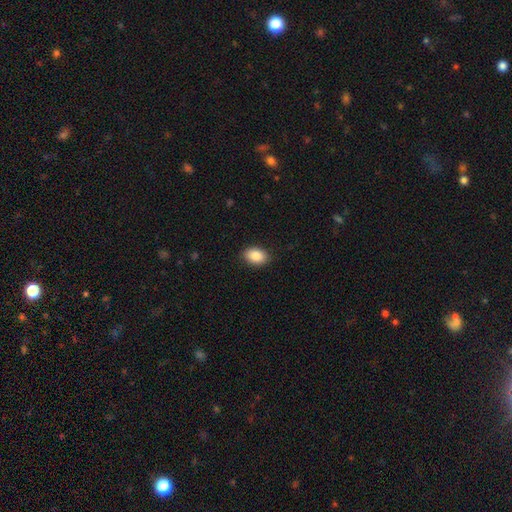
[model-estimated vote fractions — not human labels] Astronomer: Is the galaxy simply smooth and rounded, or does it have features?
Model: smooth — 88%.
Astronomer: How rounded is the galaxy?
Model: in between — 86%.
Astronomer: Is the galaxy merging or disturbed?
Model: none — 88%.